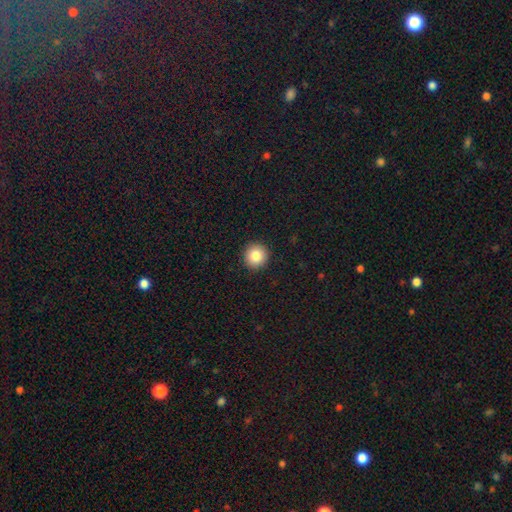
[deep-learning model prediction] smooth 84%, star or artifact 10%, featured or disk 6%. Down the decision tree: how rounded — round (94%); merging — none (93%).